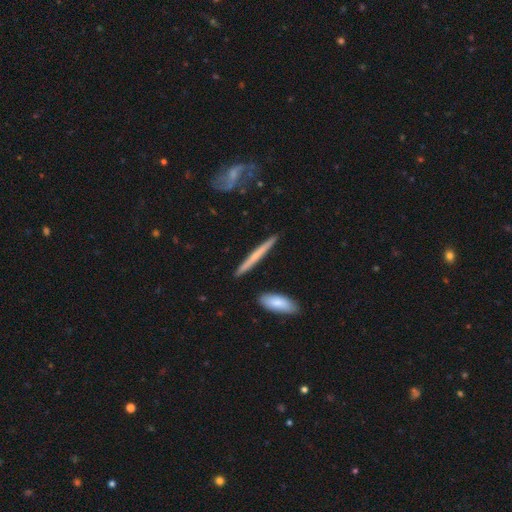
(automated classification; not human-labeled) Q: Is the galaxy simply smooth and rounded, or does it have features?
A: featured or disk — 49%.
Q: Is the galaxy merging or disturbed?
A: none — 90%.